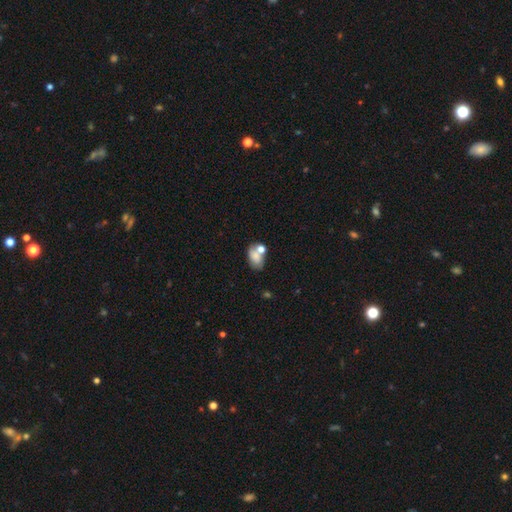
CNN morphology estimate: smooth-or-featured: smooth: 71% | featured or disk: 19% | star or artifact: 10%
  how-rounded: in between: 84% | round: 14% | cigar-shaped: 2%
  merging: none: 42% | merger: 34% | minor disturbance: 17% | major disturbance: 7%